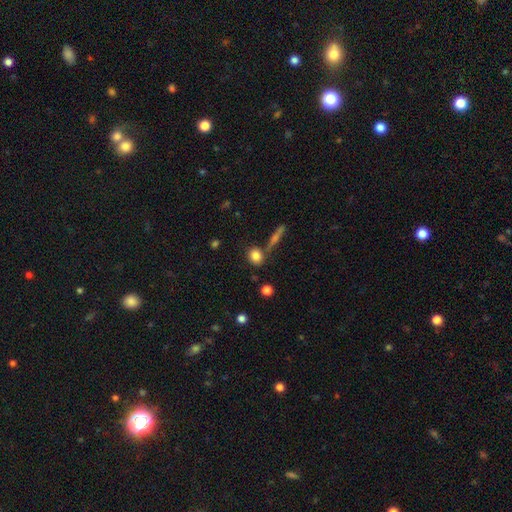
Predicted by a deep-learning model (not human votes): Smooth or featured? smooth (82%)
How rounded? round (64%)
Merging? none (73%)